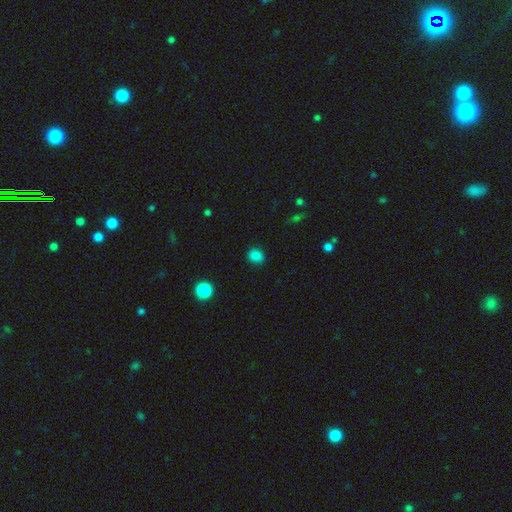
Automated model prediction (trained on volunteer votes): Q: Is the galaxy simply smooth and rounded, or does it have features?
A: smooth — 84%.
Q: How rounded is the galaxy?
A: round — 66%.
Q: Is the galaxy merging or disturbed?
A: none — 86%.